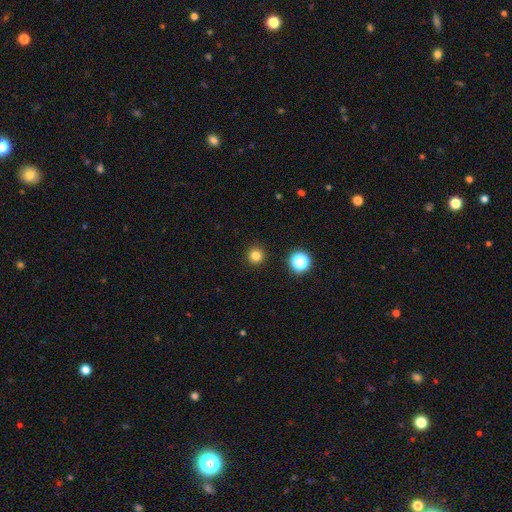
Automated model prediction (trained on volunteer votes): Smooth or featured: smooth — 81% (star or artifact — 15%)
How rounded: round — 95% (in between — 4%)
Merging: none — 92% (minor disturbance — 5%)